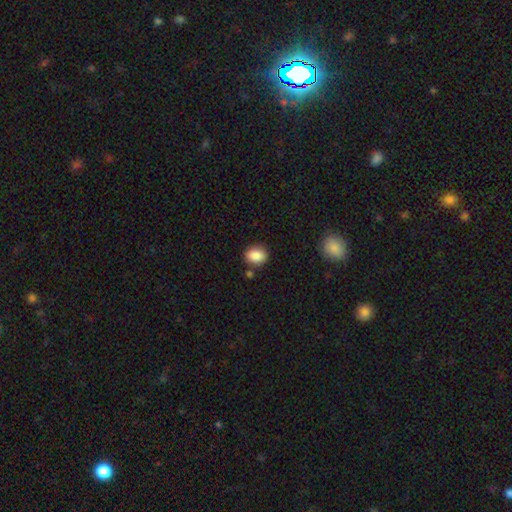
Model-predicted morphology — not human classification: smooth 87%, star or artifact 9%, featured or disk 4%. Down the decision tree: how rounded — in between (51%); merging — none (80%).